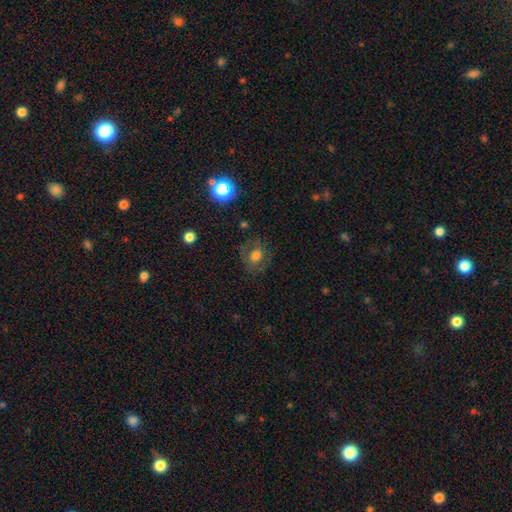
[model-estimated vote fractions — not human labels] Q: Smooth or featured?
A: smooth (59%); runner-up: featured or disk (27%)
Q: How rounded?
A: round (59%); runner-up: in between (39%)
Q: Merging?
A: none (73%); runner-up: minor disturbance (16%)